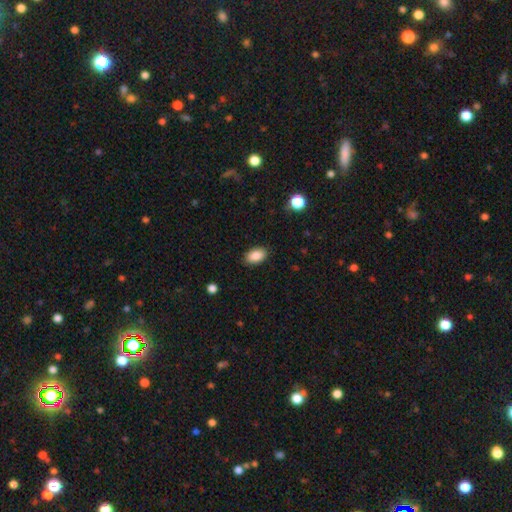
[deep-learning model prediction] This appears to be a smooth galaxy with no disk features (88%) that is in between round and cigar-shaped (91%). Merging: none (88%).